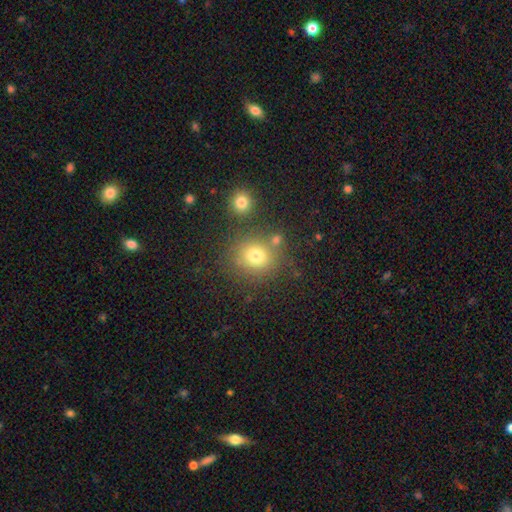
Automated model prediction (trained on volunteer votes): Smooth or featured: smooth — 75% (star or artifact — 16%)
How rounded: round — 82% (in between — 17%)
Merging: none — 74% (merger — 11%)